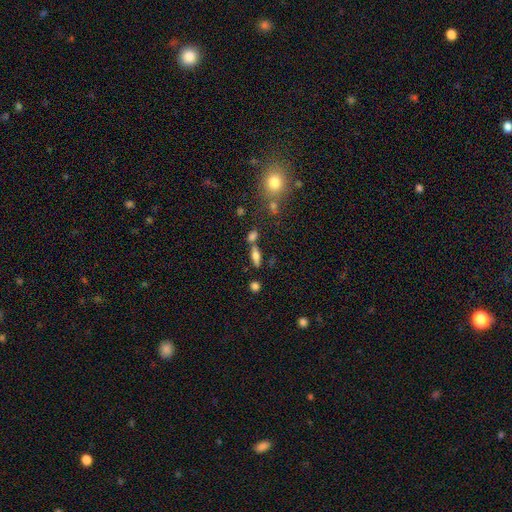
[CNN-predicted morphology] Smooth or featured? smooth (55%)
How rounded? in between (48%)
Merging? none (64%)